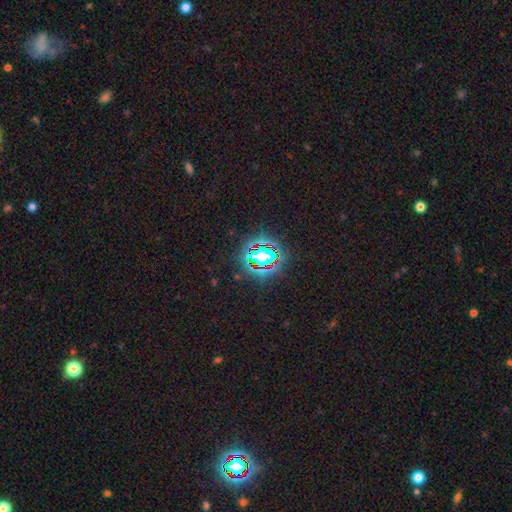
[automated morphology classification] A star or artifact, not a galaxy (74%).